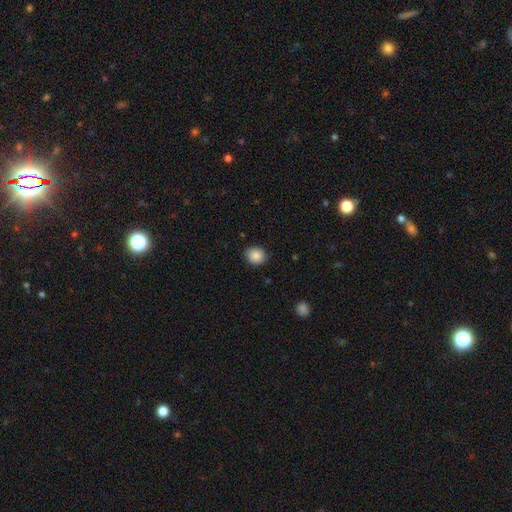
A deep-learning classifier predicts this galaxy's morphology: Smooth or featured?
  - smooth: 87% *
  - star or artifact: 8%
  - featured or disk: 4%
How rounded?
  - round: 64% *
  - in between: 35%
  - cigar-shaped: 1%
Merging?
  - none: 87% *
  - minor disturbance: 9%
  - major disturbance: 2%
  - merger: 1%